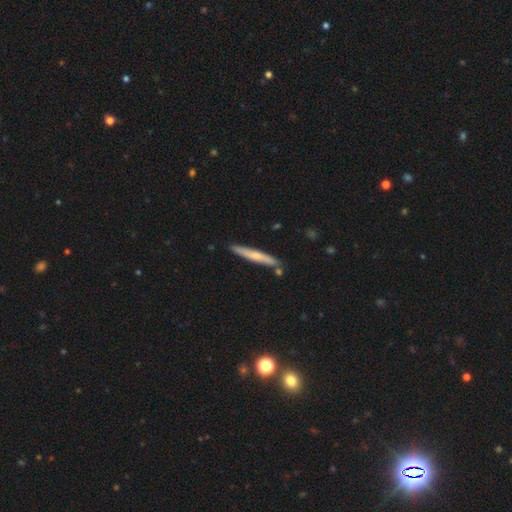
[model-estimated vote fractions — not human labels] A smooth galaxy with no disk features (51%) that is cigar-shaped (96%). Merging: none (84%).